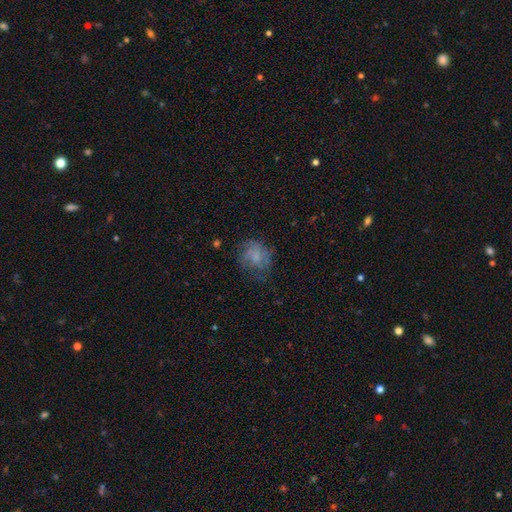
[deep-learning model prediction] Overall: smooth (52%; featured or disk 36%). How rounded: round (66%; in between 33%). Merging: none (56%; minor disturbance 24%).